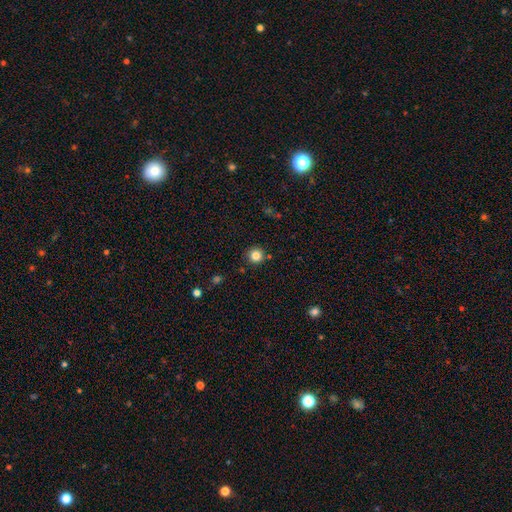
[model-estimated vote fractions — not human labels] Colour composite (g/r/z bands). It shows a smooth galaxy with no disk features (83%) that is round (95%). Merging: none (89%).